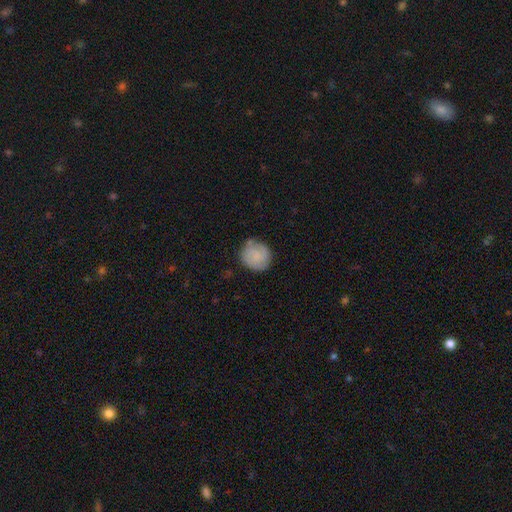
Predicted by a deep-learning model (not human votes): This is likely a smooth galaxy (66%). How rounded: clearly round (86%). Merging: likely none (74%).